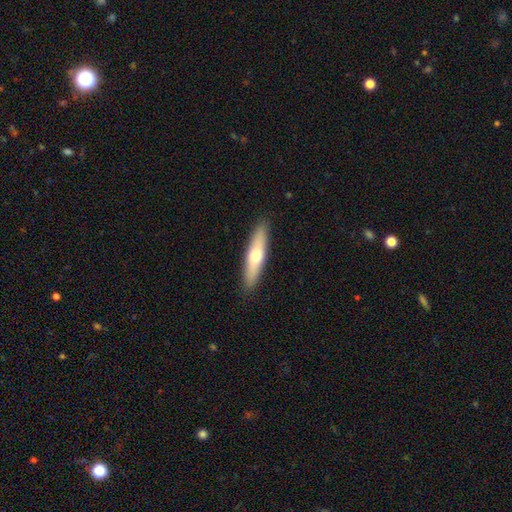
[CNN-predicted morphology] A smooth galaxy with no disk features (58%) that is cigar-shaped (79%). Merging: none (90%).